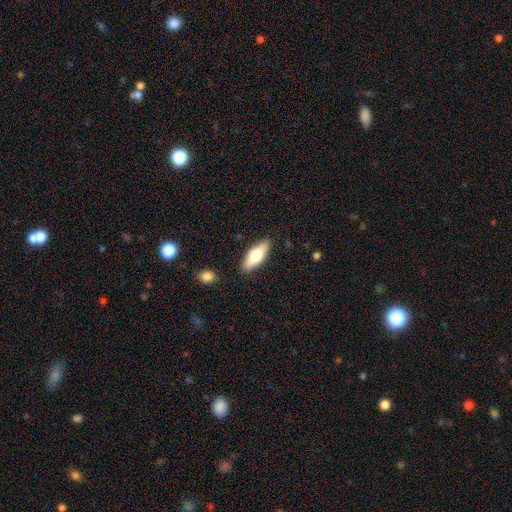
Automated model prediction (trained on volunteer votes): This is likely a smooth galaxy (64%). How rounded: likely in between (70%). Merging: clearly none (87%).